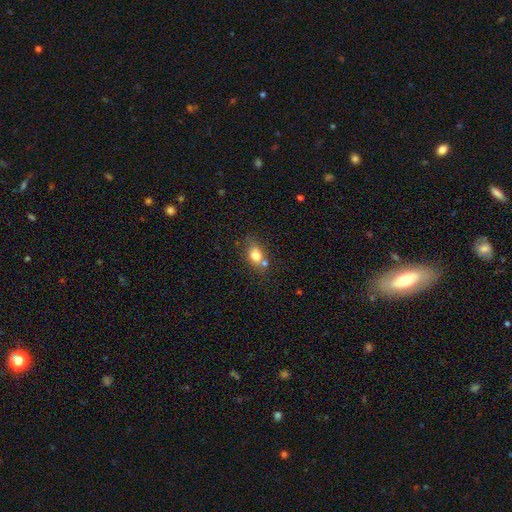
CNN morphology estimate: A smooth galaxy with no disk features (75%) that is in between round and cigar-shaped (68%).

Vote fractions:
- Smooth or featured? smooth: 75% / featured or disk: 14% / star or artifact: 10%
- How rounded? in between: 68% / round: 29% / cigar-shaped: 3%
- Merging? none: 56% / merger: 23% / minor disturbance: 16% / major disturbance: 5%